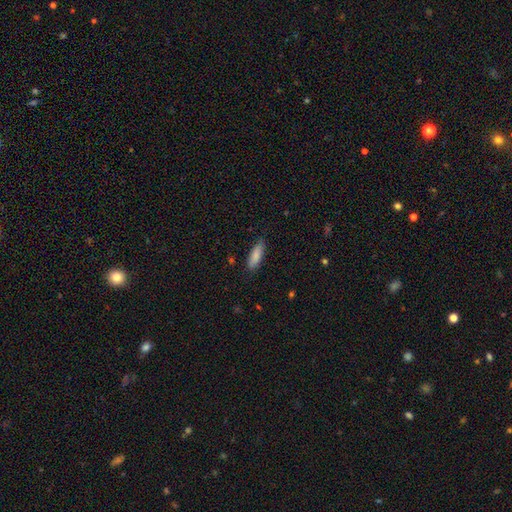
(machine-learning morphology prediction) Smooth or featured? Predicted: smooth (p=0.85). How rounded? Predicted: in between (p=0.52). Merging? Predicted: none (p=0.83).